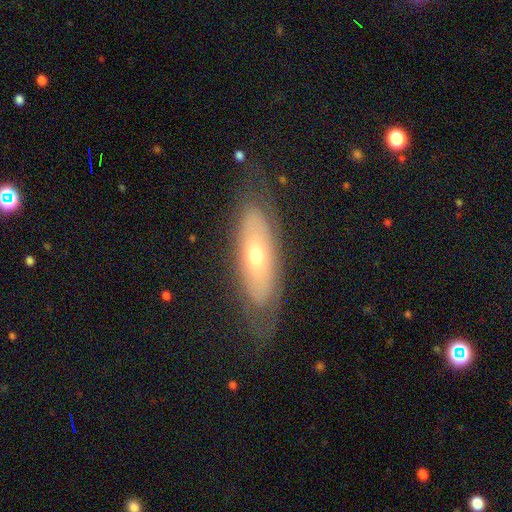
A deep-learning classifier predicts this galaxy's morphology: smooth_or_featured: featured or disk (p=0.55) [alt: smooth p=0.37]
disk_edge_on: no (p=0.70) [alt: yes p=0.30]
merging: none (p=0.77) [alt: minor disturbance p=0.15]